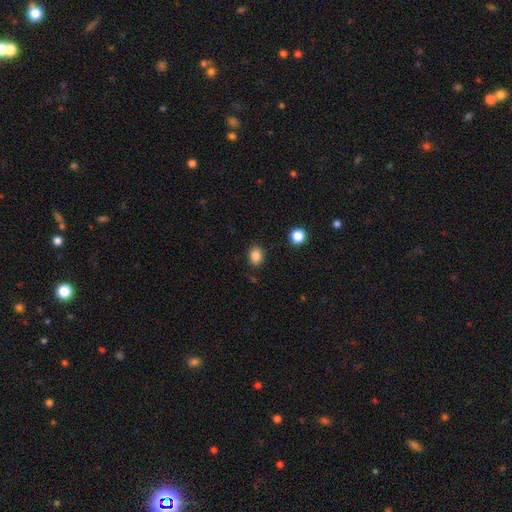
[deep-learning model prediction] Smooth or featured: smooth — 85% (star or artifact — 11%)
How rounded: in between — 53% (round — 46%)
Merging: none — 84% (minor disturbance — 11%)